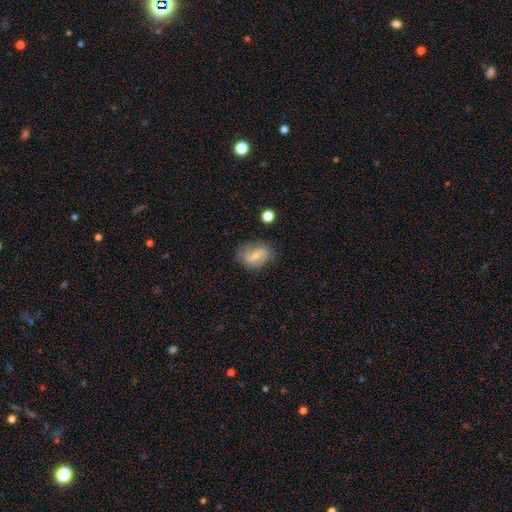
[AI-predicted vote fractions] This appears to be a featured or disk galaxy (63%) with a weak bar (51%), 2 (84%) loose (43%) spiral arms (84%) and a small central bulge (54%). Merging: none (75%).